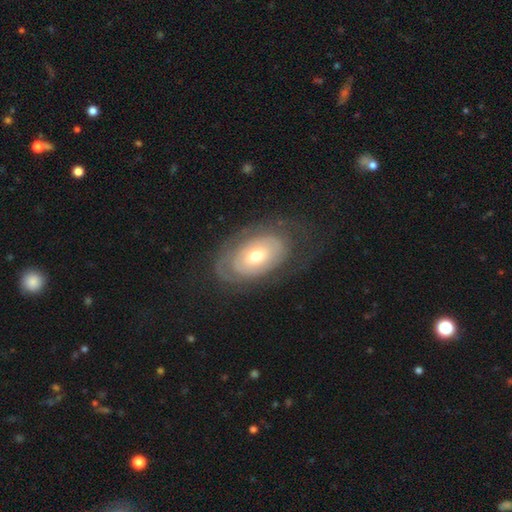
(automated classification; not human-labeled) Smooth or featured? Predicted: featured or disk (p=0.66). Edge-on disk? Predicted: no (p=0.93). Bar? Predicted: no (p=0.80). Spiral arms? Predicted: yes (p=0.58). Bulge size? Predicted: moderate (p=0.64). Merging? Predicted: none (p=0.67).